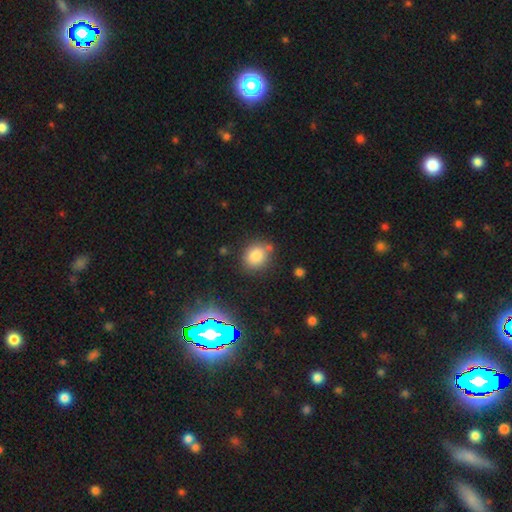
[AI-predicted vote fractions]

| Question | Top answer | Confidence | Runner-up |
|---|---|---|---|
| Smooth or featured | smooth | 82% | star or artifact (12%) |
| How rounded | round | 71% | in between (28%) |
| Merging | none | 77% | minor disturbance (13%) |